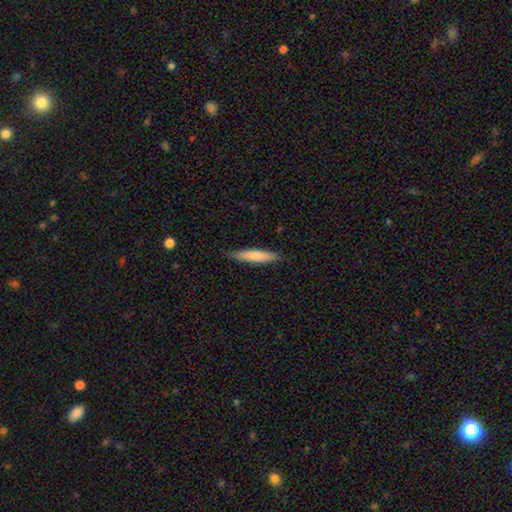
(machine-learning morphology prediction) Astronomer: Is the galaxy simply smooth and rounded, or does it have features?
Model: smooth — 77%.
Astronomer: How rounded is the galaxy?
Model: cigar-shaped — 88%.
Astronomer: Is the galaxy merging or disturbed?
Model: none — 85%.